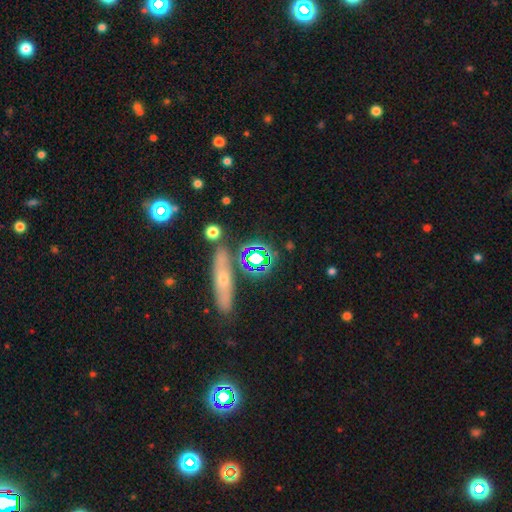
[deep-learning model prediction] A star or artifact, not a galaxy (46%).

Vote fractions:
- Smooth or featured? star or artifact: 46% / smooth: 37% / featured or disk: 17%